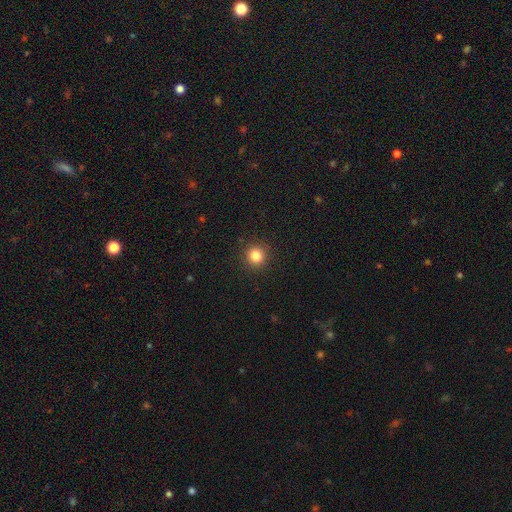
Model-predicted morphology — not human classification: The model was most divided on "smooth or featured": smooth: 83%, star or artifact: 12%, featured or disk: 5%. More confident: how rounded — round (94%); merging — none (92%).